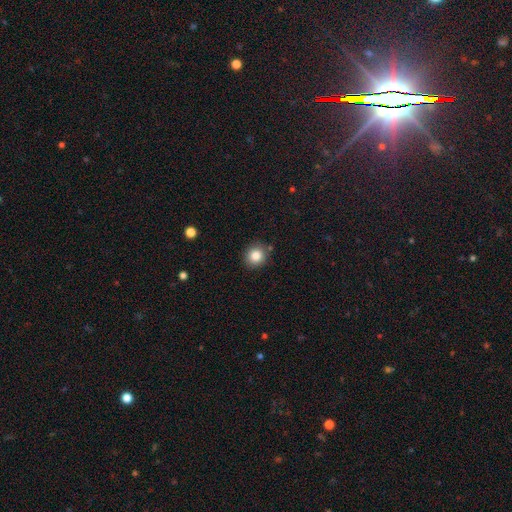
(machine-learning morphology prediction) Smooth or featured? smooth (84%)
How rounded? round (87%)
Merging? none (87%)